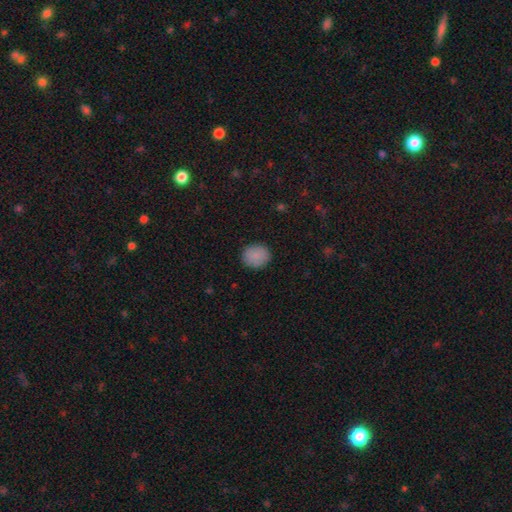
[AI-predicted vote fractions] The model was most divided on "how rounded": round: 75%, in between: 24%, cigar-shaped: 1%. More confident: merging — none (89%); smooth or featured — smooth (87%).